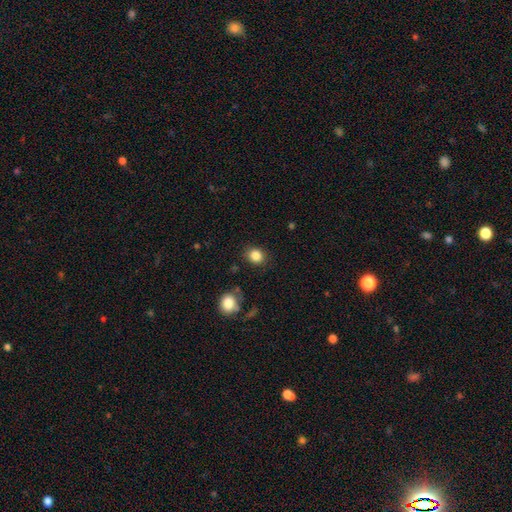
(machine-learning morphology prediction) This is clearly a smooth galaxy (85%). How rounded: likely round (73%). Merging: clearly none (84%).